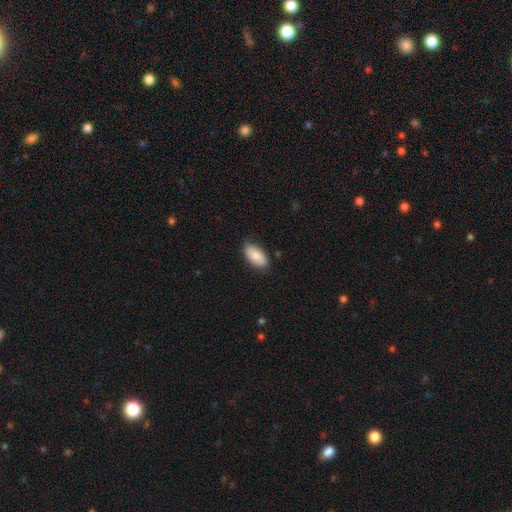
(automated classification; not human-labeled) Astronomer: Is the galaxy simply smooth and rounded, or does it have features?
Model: smooth — 86%.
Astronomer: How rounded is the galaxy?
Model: in between — 94%.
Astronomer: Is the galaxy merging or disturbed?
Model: none — 80%.